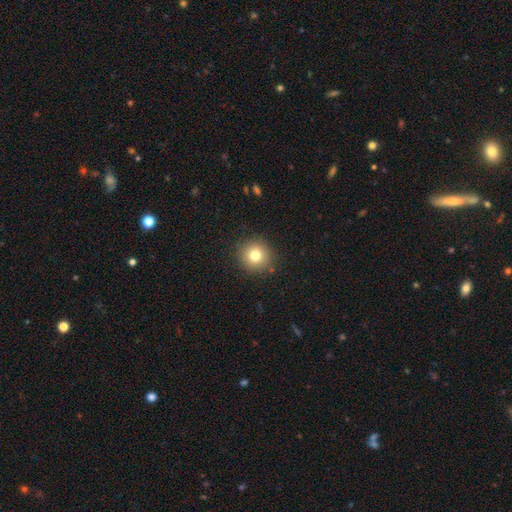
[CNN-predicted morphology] Overall: smooth (78%). How rounded: round (94%). Merging: none (92%).